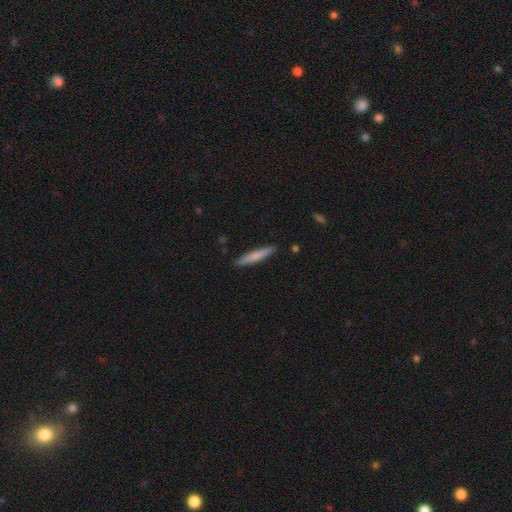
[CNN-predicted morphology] smooth_or_featured: smooth (p=0.72) [alt: featured or disk p=0.22]
how_rounded: cigar-shaped (p=0.93) [alt: in between p=0.06]
merging: none (p=0.89) [alt: minor disturbance p=0.08]